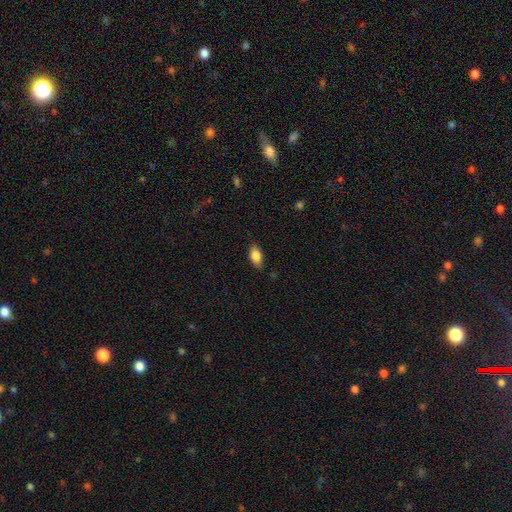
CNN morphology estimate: Q: Smooth or featured?
A: smooth (83%); runner-up: featured or disk (9%)
Q: How rounded?
A: in between (89%); runner-up: cigar-shaped (6%)
Q: Merging?
A: none (82%); runner-up: minor disturbance (14%)